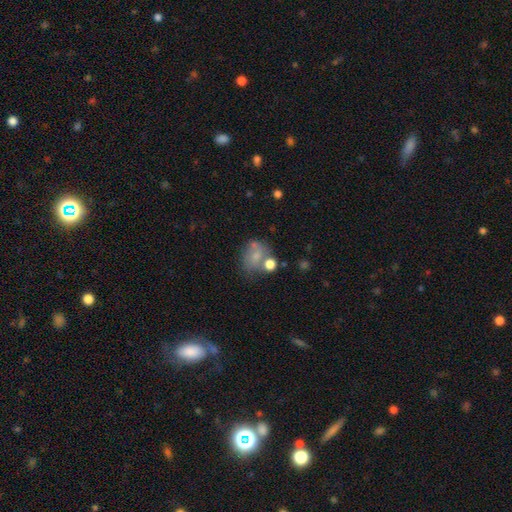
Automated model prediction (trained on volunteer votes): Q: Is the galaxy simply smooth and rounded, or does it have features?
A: smooth — 64%.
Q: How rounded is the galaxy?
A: round — 53%.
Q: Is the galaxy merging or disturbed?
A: none — 38%.